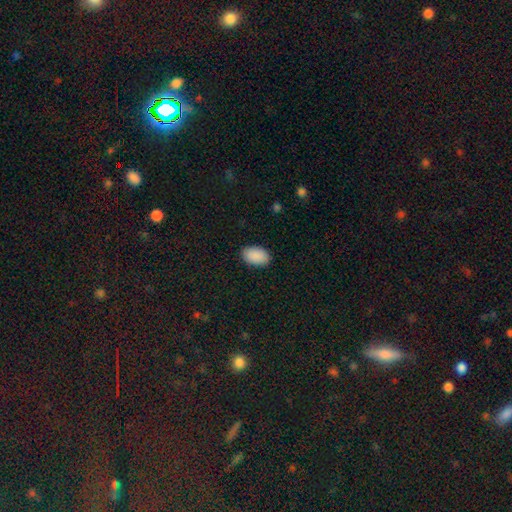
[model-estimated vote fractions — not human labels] smooth 91%, star or artifact 6%, featured or disk 3%. Down the decision tree: how rounded — in between (93%); merging — none (89%).